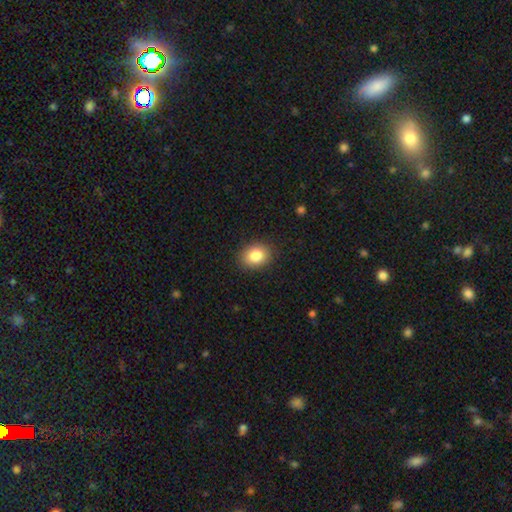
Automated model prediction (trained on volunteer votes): A smooth galaxy with no disk features (84%) that is in between round and cigar-shaped (58%).

Vote fractions:
- Smooth or featured? smooth: 84% / star or artifact: 9% / featured or disk: 7%
- How rounded? in between: 58% / round: 41% / cigar-shaped: 1%
- Merging? none: 88% / minor disturbance: 9% / major disturbance: 2% / merger: 1%